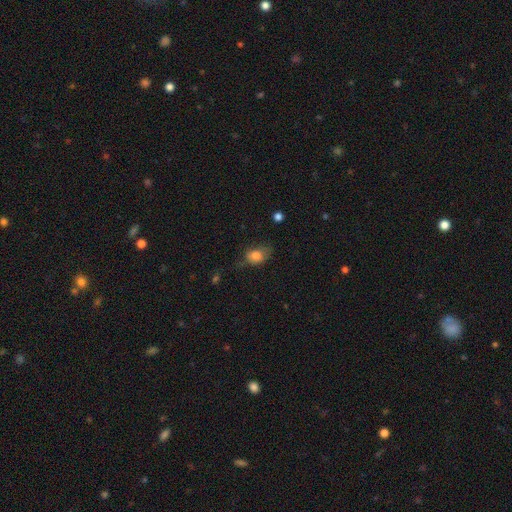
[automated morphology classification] Q: Smooth or featured?
A: smooth (78%); runner-up: featured or disk (13%)
Q: How rounded?
A: in between (71%); runner-up: round (27%)
Q: Merging?
A: none (48%); runner-up: minor disturbance (34%)